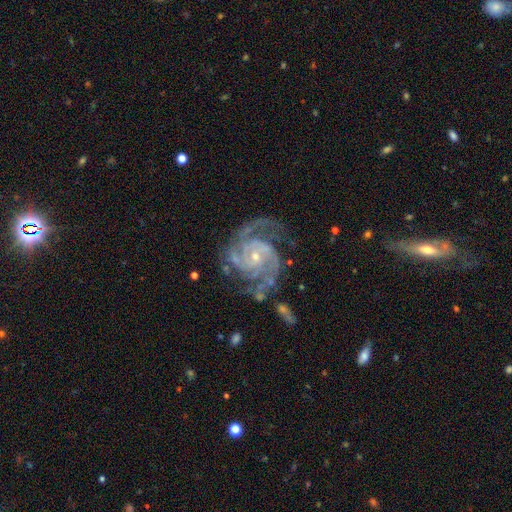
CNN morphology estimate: This is clearly a featured or disk galaxy (93%). It is clearly not viewed edge-on (98%). Bar: likely no (67%). Spiral arm pattern: clearly yes (98%). Spiral arm count: marginally 2 (34%). Spiral winding: possibly tight (55%). Central bulge: likely small (69%). Merging: likely none (65%).